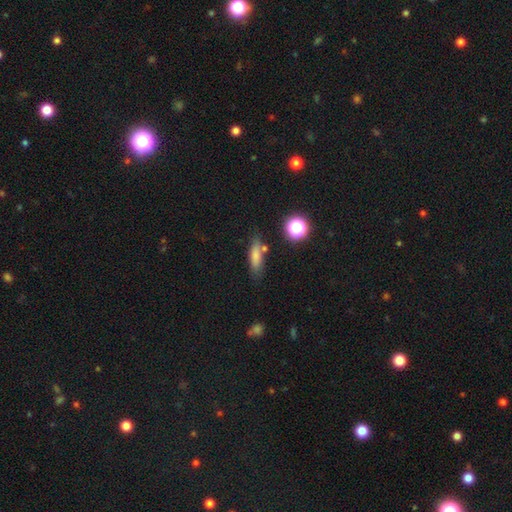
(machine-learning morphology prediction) smooth-or-featured: smooth: 76% | featured or disk: 12% | star or artifact: 12%
  how-rounded: cigar-shaped: 53% | in between: 40% | round: 7%
  merging: none: 72% | minor disturbance: 16% | merger: 8% | major disturbance: 4%